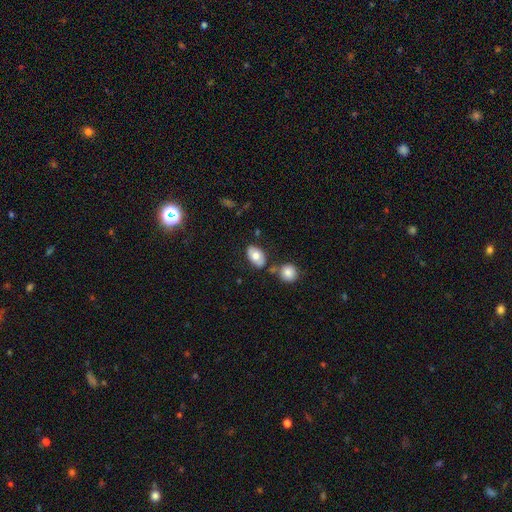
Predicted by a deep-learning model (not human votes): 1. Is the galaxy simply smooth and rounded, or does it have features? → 74% smooth, 18% featured or disk, 7% star or artifact.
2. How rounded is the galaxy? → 90% in between, 8% round, 2% cigar-shaped.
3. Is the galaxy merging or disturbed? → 71% none, 14% minor disturbance, 11% merger, 4% major disturbance.